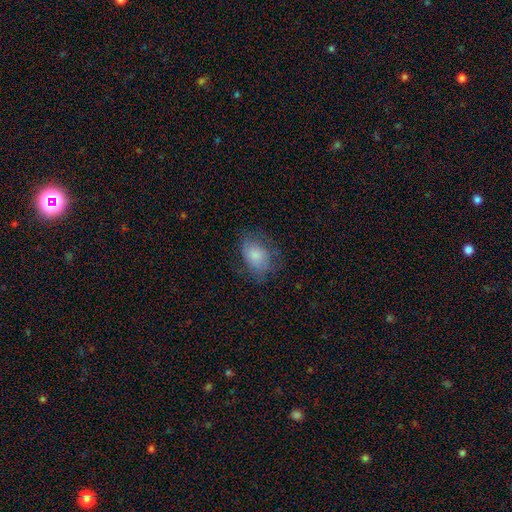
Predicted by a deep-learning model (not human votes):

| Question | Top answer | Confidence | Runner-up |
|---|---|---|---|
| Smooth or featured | smooth | 73% | featured or disk (19%) |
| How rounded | in between | 73% | round (26%) |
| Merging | none | 58% | minor disturbance (25%) |